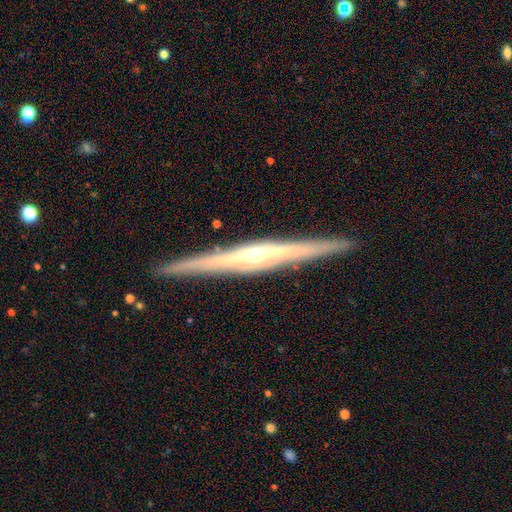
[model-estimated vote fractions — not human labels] featured or disk 85%, smooth 10%, star or artifact 5%. Down the decision tree: edge-on disk — yes (98%); edge-on bulge — rounded (76%); merging — none (92%).